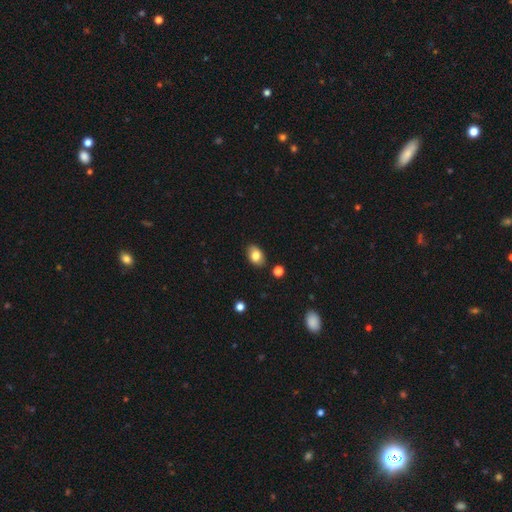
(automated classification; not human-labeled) smooth 80%, featured or disk 11%, star or artifact 8%. Down the decision tree: how rounded — in between (86%); merging — none (84%).